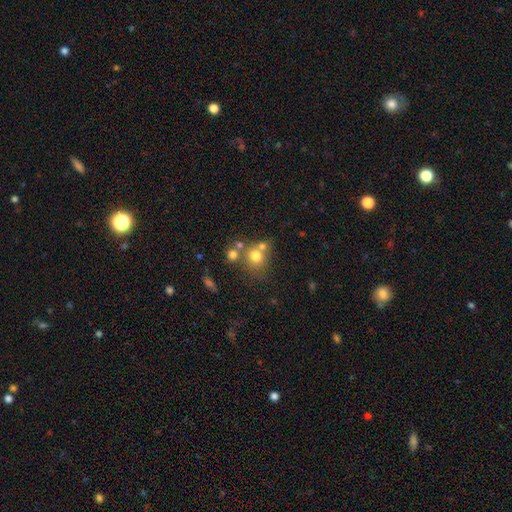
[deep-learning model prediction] Smooth or featured?
  - smooth: 70% *
  - star or artifact: 15%
  - featured or disk: 15%
How rounded?
  - round: 81% *
  - in between: 18%
  - cigar-shaped: 1%
Merging?
  - none: 51% *
  - merger: 33%
  - minor disturbance: 10%
  - major disturbance: 6%